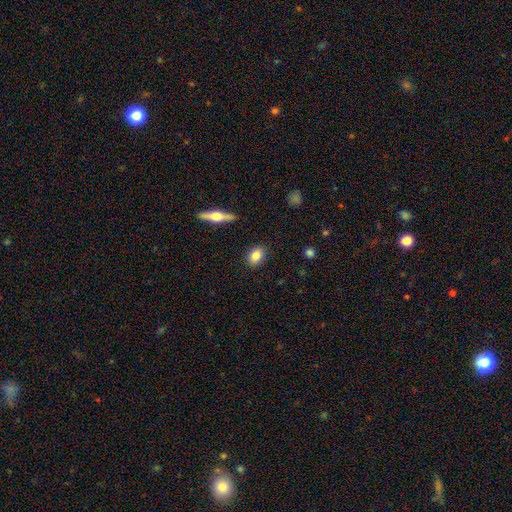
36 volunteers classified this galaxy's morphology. type=smooth (78%); roundness=in between (89%); merging=none (94%).